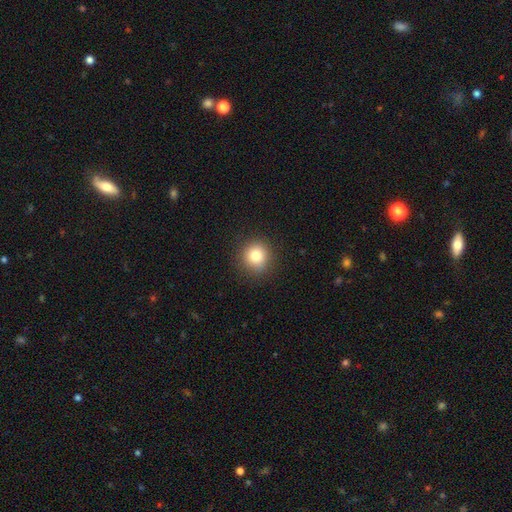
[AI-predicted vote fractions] This is clearly a smooth galaxy (81%). How rounded: clearly round (90%). Merging: clearly none (90%).